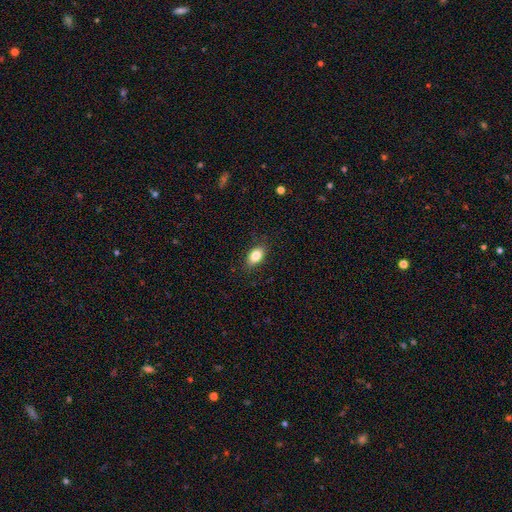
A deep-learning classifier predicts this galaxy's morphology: A smooth galaxy with no disk features (84%) that is in between round and cigar-shaped (88%). Merging: none (85%).